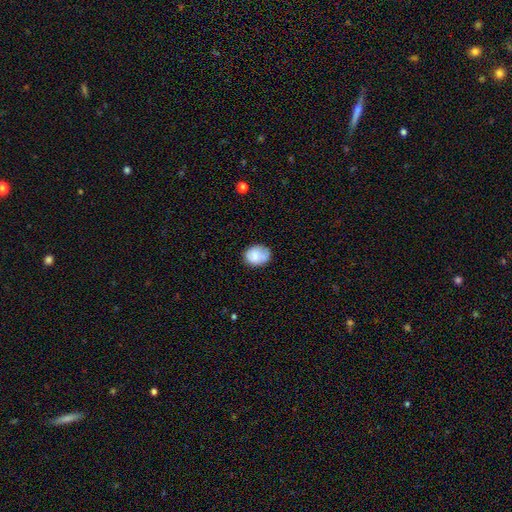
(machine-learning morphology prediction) smooth_or_featured: smooth (p=0.76) [alt: featured or disk p=0.16]
how_rounded: in between (p=0.52) [alt: round p=0.47]
merging: none (p=0.68) [alt: minor disturbance p=0.23]